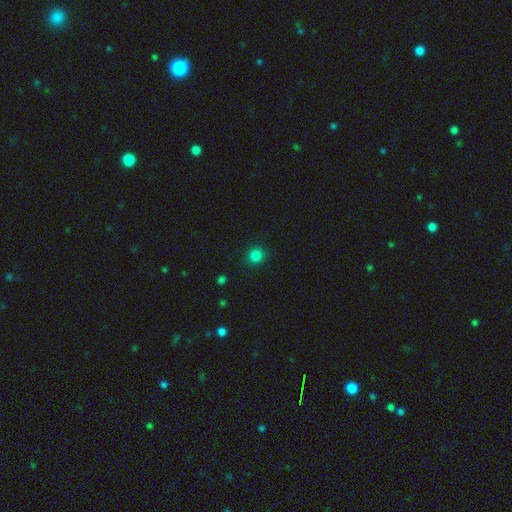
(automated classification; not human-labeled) This appears to be a smooth galaxy with no disk features (83%) that is round (90%). Merging: none (90%).